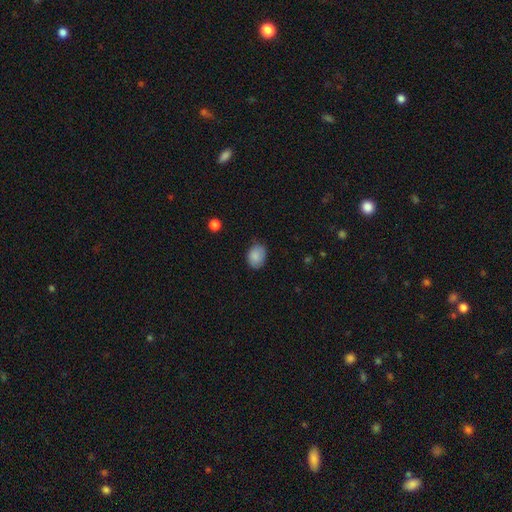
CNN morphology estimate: Smooth or featured?
  - smooth: 87% *
  - star or artifact: 8%
  - featured or disk: 5%
How rounded?
  - in between: 66% *
  - round: 33%
  - cigar-shaped: 1%
Merging?
  - none: 74% *
  - minor disturbance: 22%
  - major disturbance: 4%
  - merger: 1%